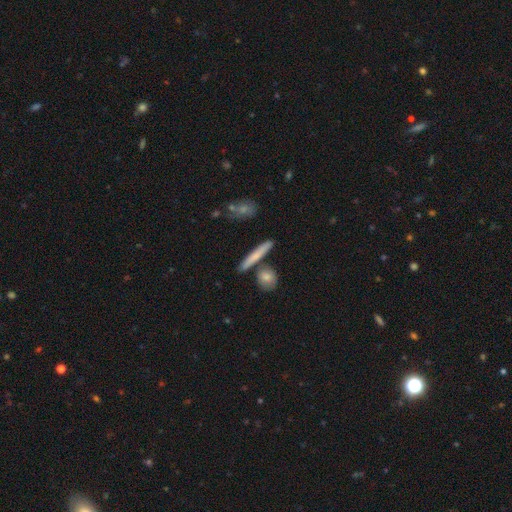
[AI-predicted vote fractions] Smooth or featured? Predicted: smooth (p=0.63). How rounded? Predicted: cigar-shaped (p=0.84). Merging? Predicted: none (p=0.78).